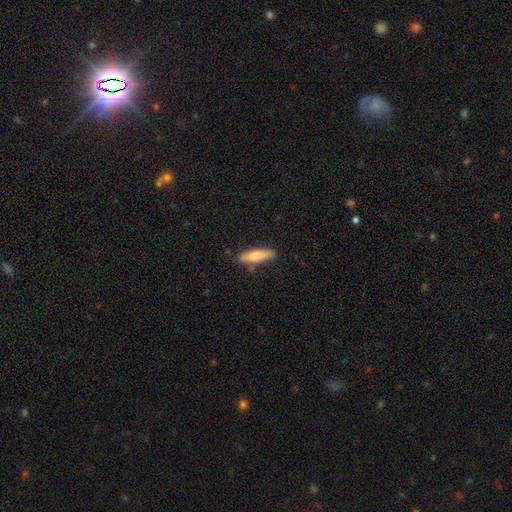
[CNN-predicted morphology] Overall: smooth (77%). How rounded: cigar-shaped (70%). Merging: none (82%).